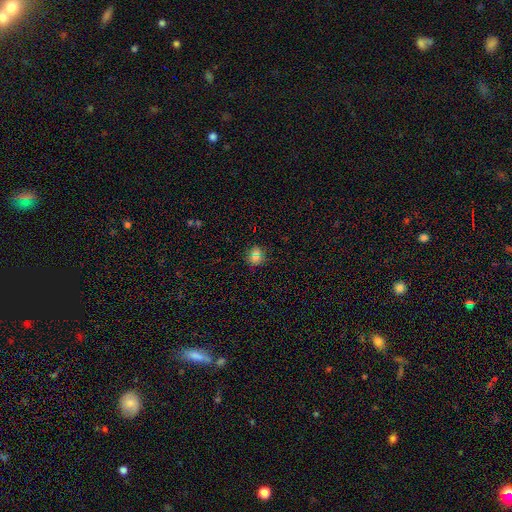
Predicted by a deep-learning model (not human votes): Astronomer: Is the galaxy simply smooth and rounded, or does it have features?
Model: smooth — 70%.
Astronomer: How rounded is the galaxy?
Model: round — 87%.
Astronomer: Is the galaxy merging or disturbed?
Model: none — 83%.